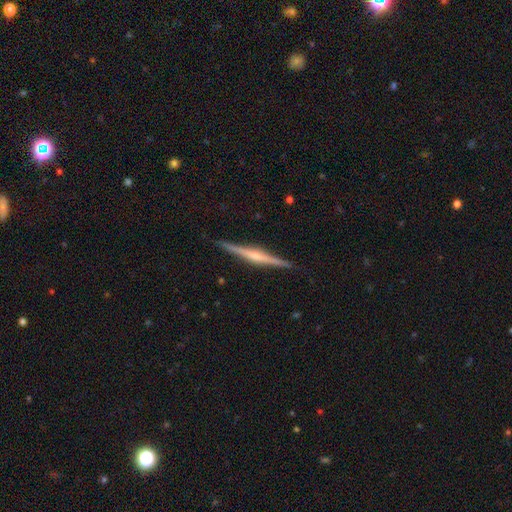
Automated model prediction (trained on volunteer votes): A featured or disk galaxy (78%) viewed edge-on (98%) with a rounded central bulge (64%). Merging: none (91%).